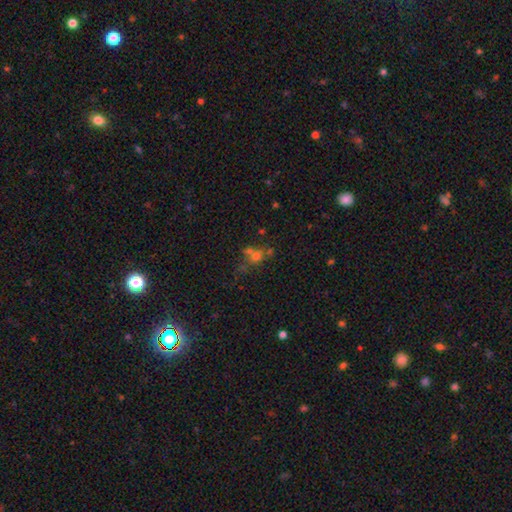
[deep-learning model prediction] smooth-or-featured: smooth: 54% | star or artifact: 25% | featured or disk: 21%
  how-rounded: round: 74% | in between: 24% | cigar-shaped: 2%
  merging: merger: 42% | none: 40% | minor disturbance: 11% | major disturbance: 8%